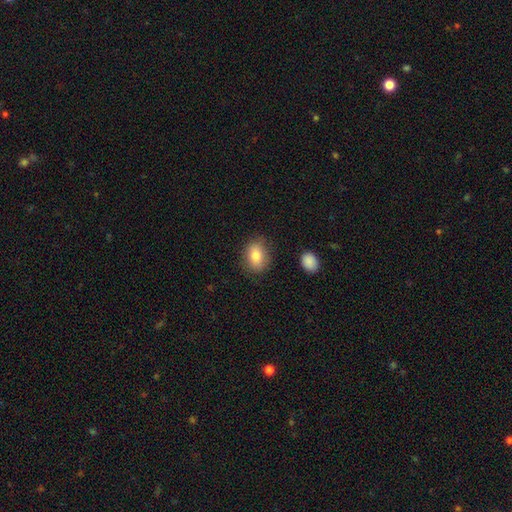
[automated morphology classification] Overall: smooth (81%). How rounded: in between (69%; round 30%). Merging: none (81%).